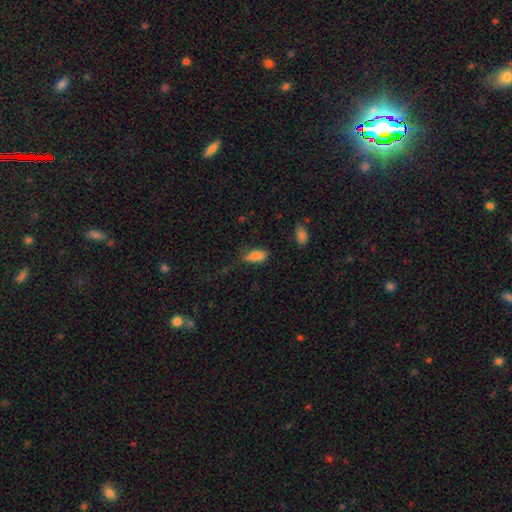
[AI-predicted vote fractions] Smooth or featured? Predicted: smooth (p=0.82). How rounded? Predicted: in between (p=0.86). Merging? Predicted: none (p=0.64).